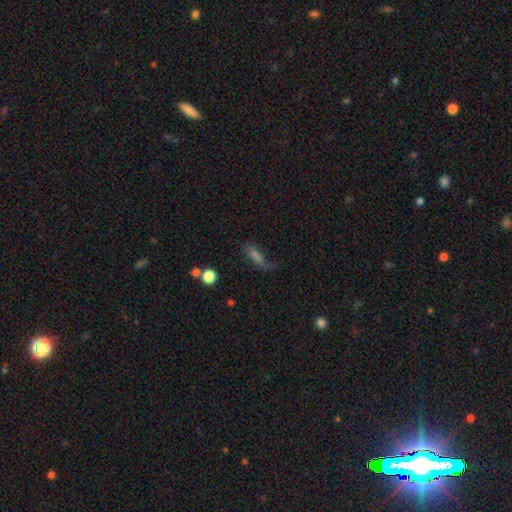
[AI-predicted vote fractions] This is possibly a smooth galaxy (55%). How rounded: possibly cigar-shaped (55%). Merging: possibly none (46%).